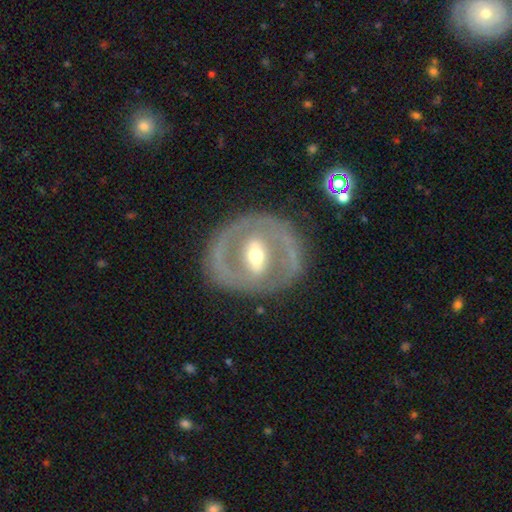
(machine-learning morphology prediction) This appears to be a featured or disk galaxy (77%) with a strong bar (51%), no spiral arms (59%) and a moderate central bulge (66%). Merging: none (81%).